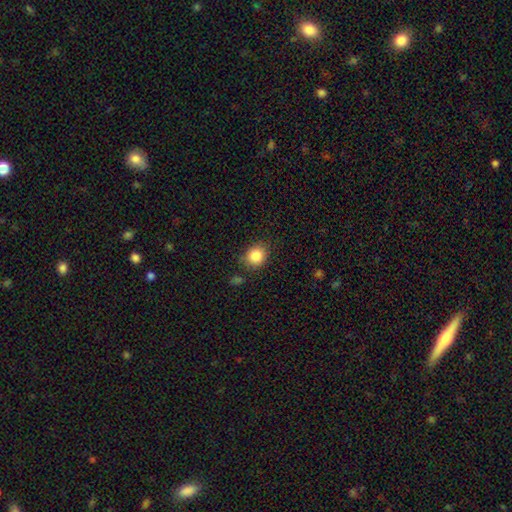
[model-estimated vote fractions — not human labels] Q: Smooth or featured?
A: smooth (86%); runner-up: star or artifact (9%)
Q: How rounded?
A: round (69%); runner-up: in between (30%)
Q: Merging?
A: none (80%); runner-up: minor disturbance (14%)